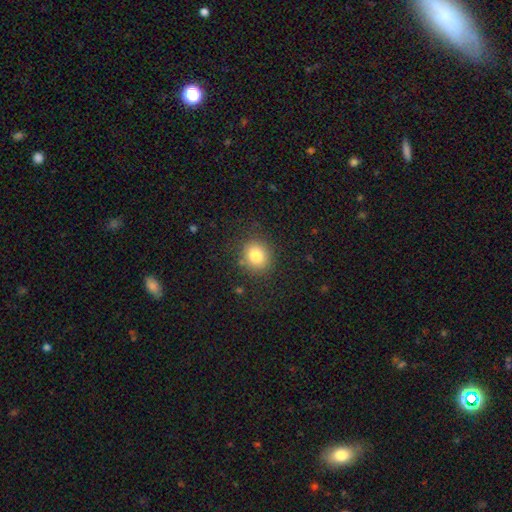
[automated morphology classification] The model was most divided on "how rounded": round: 78%, in between: 21%, cigar-shaped: 1%. More confident: merging — none (85%); smooth or featured — smooth (81%).